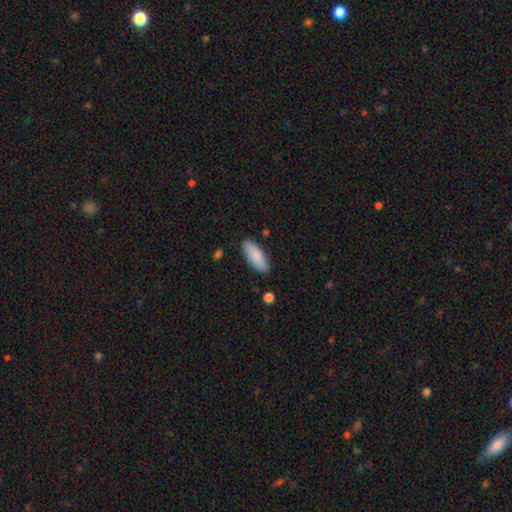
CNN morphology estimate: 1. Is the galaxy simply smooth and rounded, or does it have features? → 84% smooth, 10% featured or disk, 6% star or artifact.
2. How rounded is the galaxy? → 79% in between, 20% cigar-shaped, 2% round.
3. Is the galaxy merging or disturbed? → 84% none, 12% minor disturbance, 2% major disturbance, 2% merger.